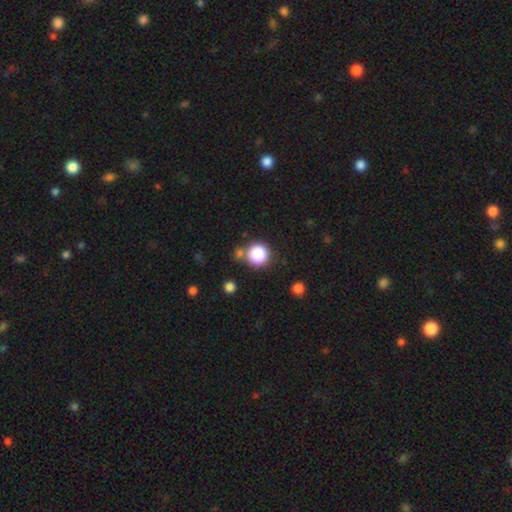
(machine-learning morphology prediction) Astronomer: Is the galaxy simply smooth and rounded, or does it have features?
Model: smooth — 77%.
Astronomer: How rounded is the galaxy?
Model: round — 94%.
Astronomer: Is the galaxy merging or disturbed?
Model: none — 83%.